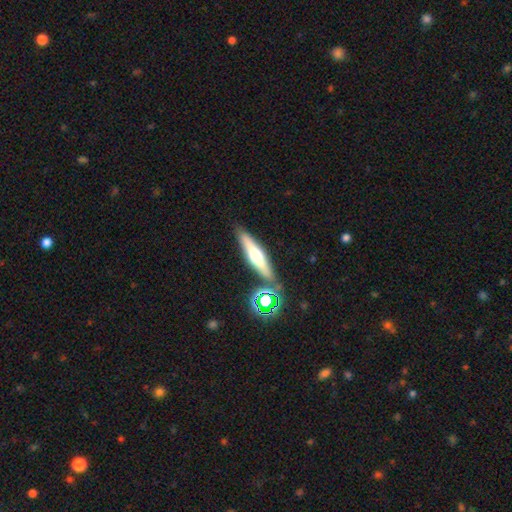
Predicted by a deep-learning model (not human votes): Q: Smooth or featured?
A: featured or disk (46%); runner-up: smooth (44%)
Q: Merging?
A: none (82%); runner-up: minor disturbance (9%)